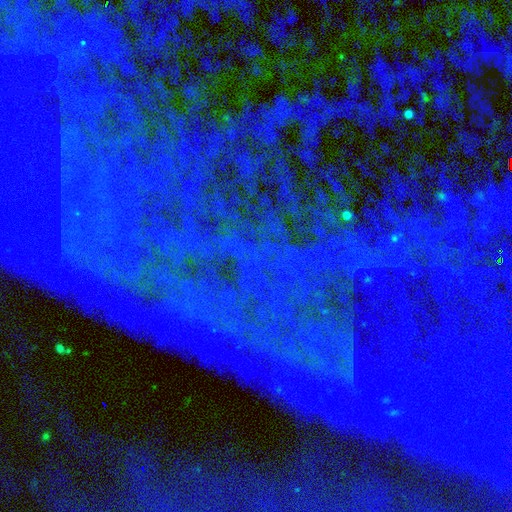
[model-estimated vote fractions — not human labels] A star or artifact, not a galaxy (84%).

Vote fractions:
- Smooth or featured? star or artifact: 84% / featured or disk: 9% / smooth: 8%